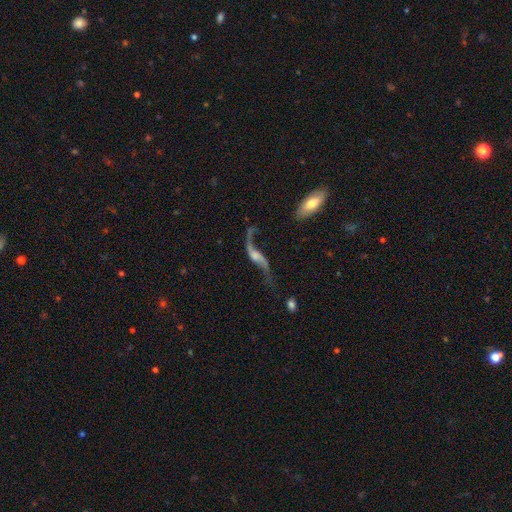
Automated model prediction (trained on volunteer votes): Overall: featured or disk (86%). Edge-on disk: no (89%). Bar: no (49%; weak 35%). Spiral arms: yes (93%). Spiral arm count: 2 (91%). Spiral winding: loose (95%). Bulge size: small (33%; none 30%). Merging: none (53%; major disturbance 21%).